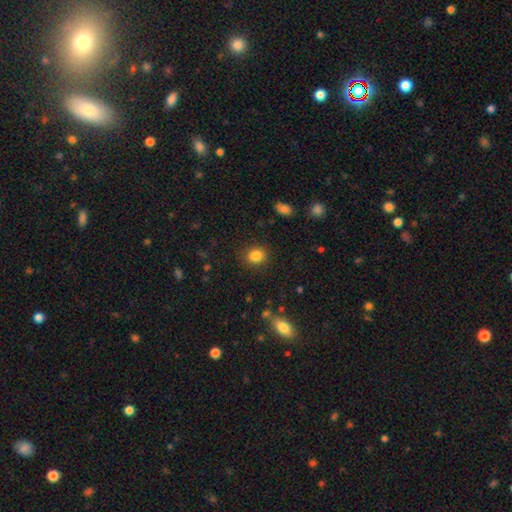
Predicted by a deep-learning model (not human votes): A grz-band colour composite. It shows a smooth galaxy with no disk features (84%) that is round (69%). Merging: none (88%).